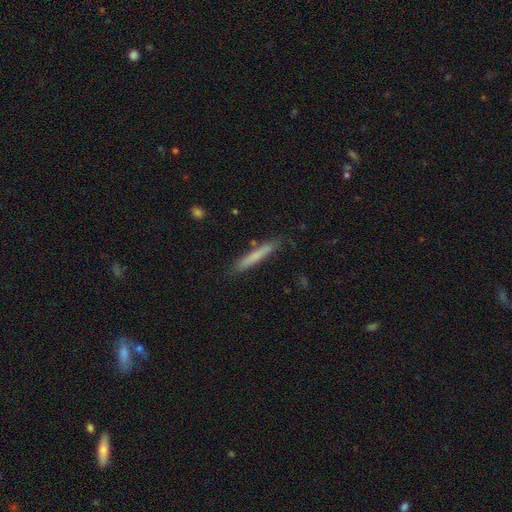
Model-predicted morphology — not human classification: Overall: smooth (72%). How rounded: cigar-shaped (95%). Merging: none (84%).